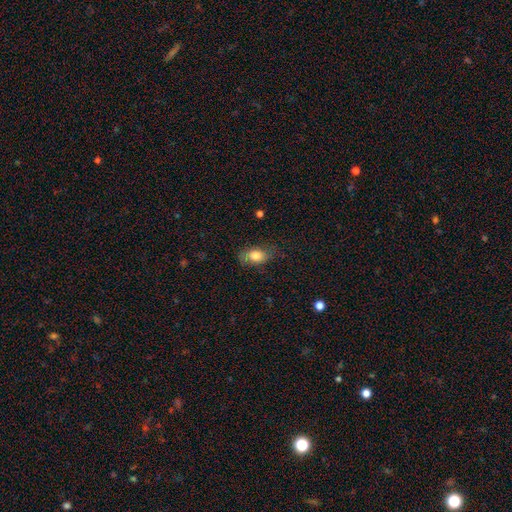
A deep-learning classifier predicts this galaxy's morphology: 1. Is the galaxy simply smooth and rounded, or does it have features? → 78% smooth, 14% featured or disk, 8% star or artifact.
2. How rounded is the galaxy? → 86% in between, 11% round, 3% cigar-shaped.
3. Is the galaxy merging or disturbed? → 72% none, 21% minor disturbance, 6% major disturbance, 1% merger.